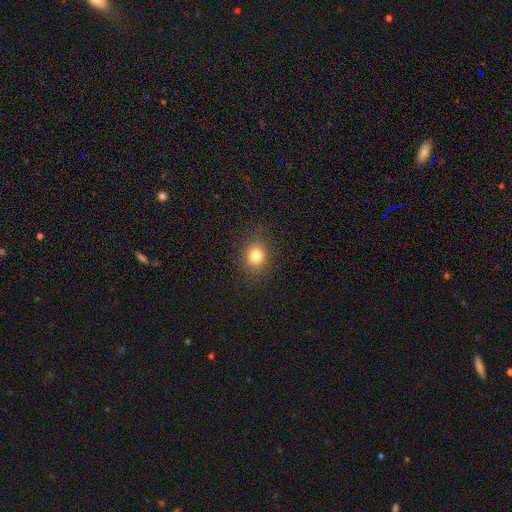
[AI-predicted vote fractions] Morphology: type=smooth (80%); roundness=round (73%); merging=none (88%).